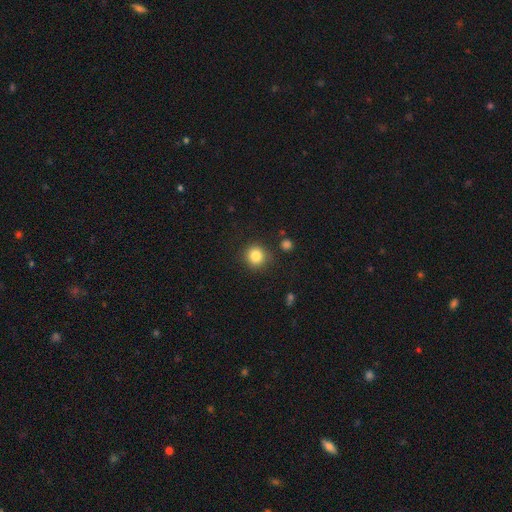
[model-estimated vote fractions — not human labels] Q: Smooth or featured?
A: smooth (84%); runner-up: star or artifact (10%)
Q: How rounded?
A: round (91%); runner-up: in between (8%)
Q: Merging?
A: none (86%); runner-up: minor disturbance (9%)